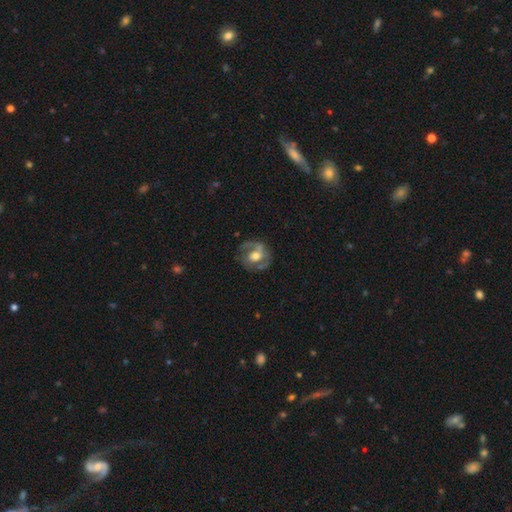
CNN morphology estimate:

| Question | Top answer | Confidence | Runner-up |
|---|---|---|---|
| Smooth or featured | featured or disk | 72% | smooth (22%) |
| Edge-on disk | no | 97% | yes (3%) |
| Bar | no | 46% | weak (37%) |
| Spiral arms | yes | 78% | no (22%) |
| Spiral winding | medium | 46% | tight (33%) |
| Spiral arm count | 2 | 68% | can't tell (13%) |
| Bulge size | moderate | 64% | large (21%) |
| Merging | none | 66% | minor disturbance (19%) |